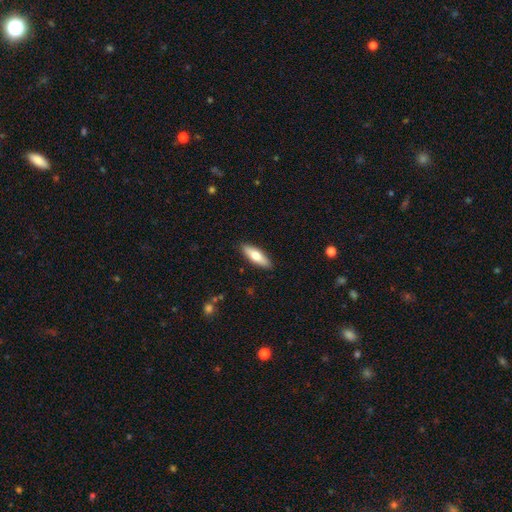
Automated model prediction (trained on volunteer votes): This appears to be a smooth galaxy with no disk features (69%) that is in between round and cigar-shaped (52%). Merging: none (89%).